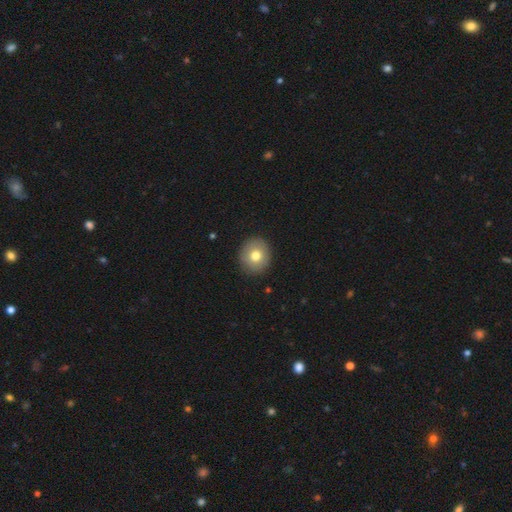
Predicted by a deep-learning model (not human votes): A smooth galaxy with no disk features (76%) that is round (86%).

Vote fractions:
- Smooth or featured? smooth: 76% / featured or disk: 15% / star or artifact: 9%
- How rounded? round: 86% / in between: 13% / cigar-shaped: 1%
- Merging? none: 91% / minor disturbance: 6% / major disturbance: 2% / merger: 1%